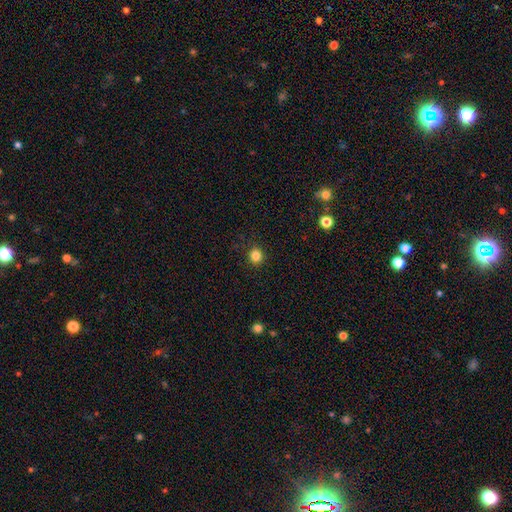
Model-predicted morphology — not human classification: smooth_or_featured: smooth (p=0.85) [alt: star or artifact p=0.12]
how_rounded: round (p=0.89) [alt: in between p=0.10]
merging: none (p=0.90) [alt: minor disturbance p=0.07]